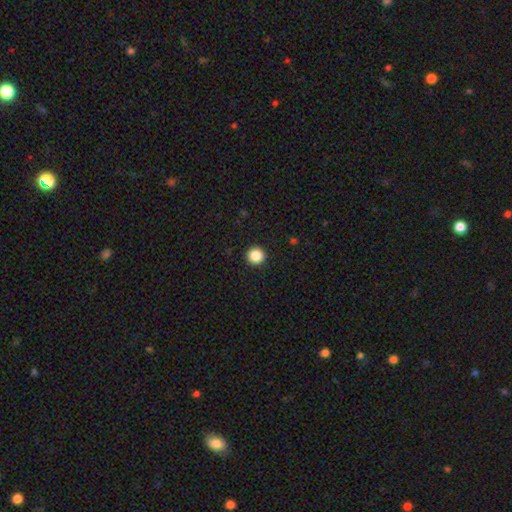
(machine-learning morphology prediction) smooth-or-featured: smooth: 87% | star or artifact: 10% | featured or disk: 3%
  how-rounded: round: 96% | in between: 3% | cigar-shaped: 1%
  merging: none: 94% | minor disturbance: 4% | major disturbance: 1% | merger: 1%